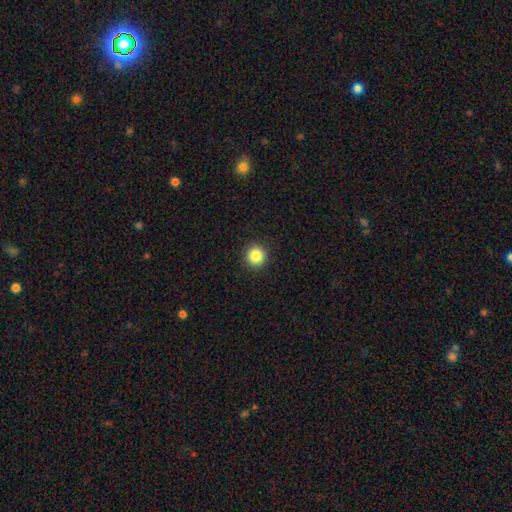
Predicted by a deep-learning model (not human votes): Q: Smooth or featured?
A: smooth (85%); runner-up: star or artifact (10%)
Q: How rounded?
A: round (94%); runner-up: in between (5%)
Q: Merging?
A: none (93%); runner-up: minor disturbance (5%)